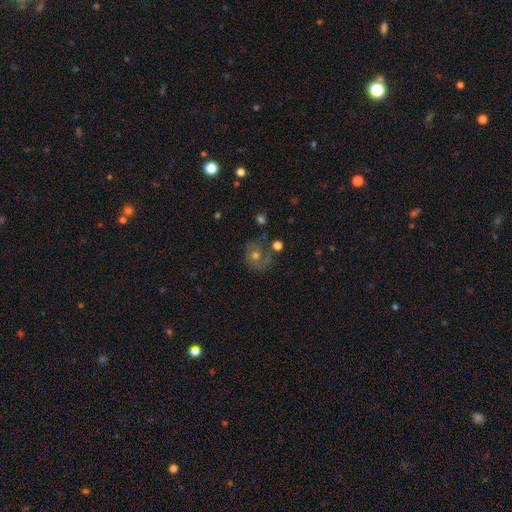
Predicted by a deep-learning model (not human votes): Smooth or featured?
  - featured or disk: 44% *
  - smooth: 37%
  - star or artifact: 18%
Merging?
  - none: 52% *
  - major disturbance: 21%
  - minor disturbance: 20%
  - merger: 8%